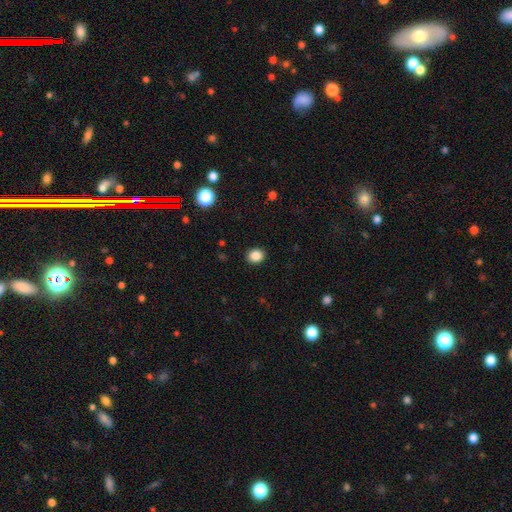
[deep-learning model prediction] Q: Smooth or featured?
A: smooth (86%); runner-up: star or artifact (10%)
Q: How rounded?
A: round (65%); runner-up: in between (34%)
Q: Merging?
A: none (91%); runner-up: minor disturbance (6%)